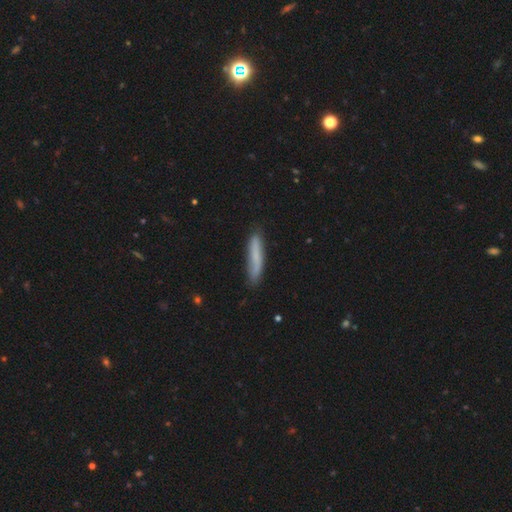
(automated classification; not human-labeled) A smooth galaxy with no disk features (72%) that is cigar-shaped (90%). Merging: none (80%).